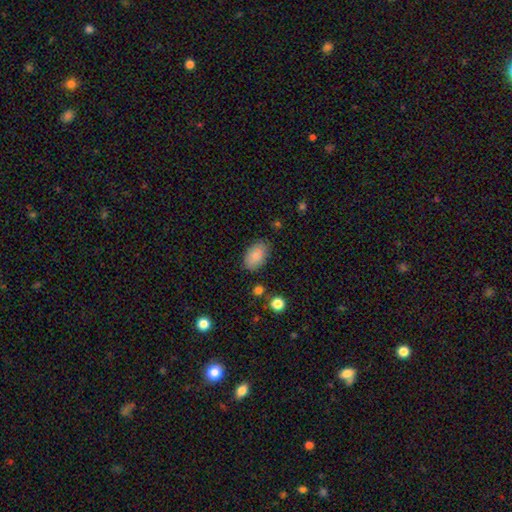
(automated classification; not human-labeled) Smooth or featured?
  - smooth: 83% *
  - featured or disk: 10%
  - star or artifact: 7%
How rounded?
  - in between: 91% *
  - round: 8%
  - cigar-shaped: 1%
Merging?
  - none: 79% *
  - minor disturbance: 15%
  - major disturbance: 4%
  - merger: 2%